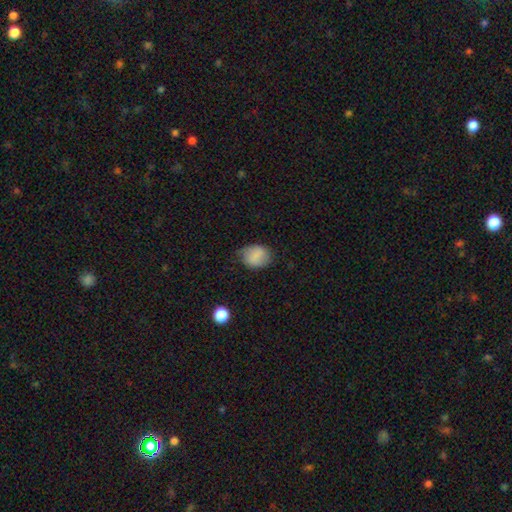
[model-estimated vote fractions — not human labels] smooth 76%, featured or disk 16%, star or artifact 8%. Down the decision tree: how rounded — in between (50%); merging — none (67%).